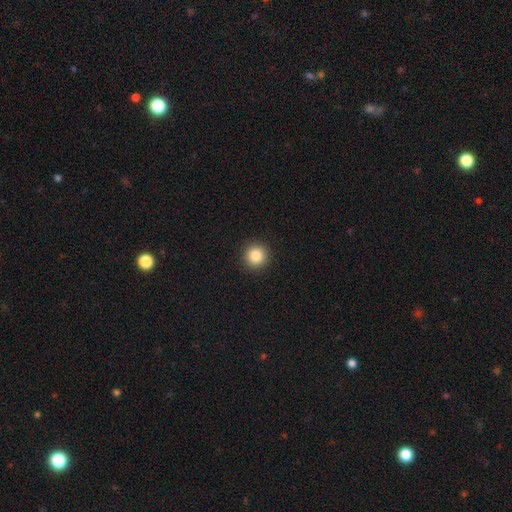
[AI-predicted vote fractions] The model was most divided on "smooth or featured": smooth: 85%, star or artifact: 10%, featured or disk: 5%. More confident: how rounded — round (95%); merging — none (93%).